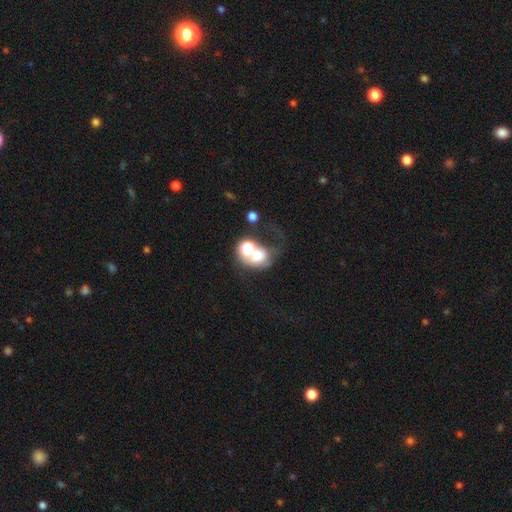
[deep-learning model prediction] The model was most divided on "how rounded": round: 53%, in between: 46%, cigar-shaped: 1%. Remaining: smooth or featured — smooth (53%); merging — merger (48%).